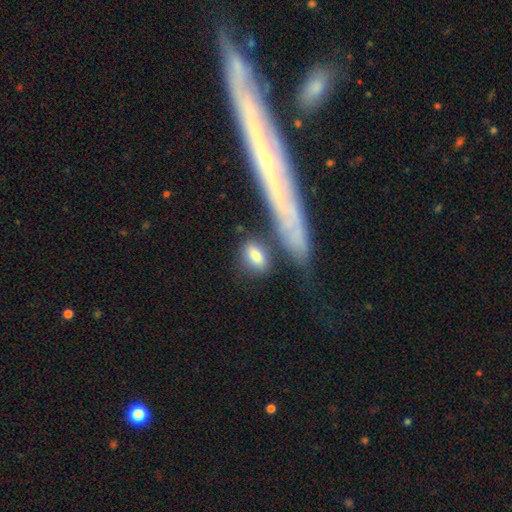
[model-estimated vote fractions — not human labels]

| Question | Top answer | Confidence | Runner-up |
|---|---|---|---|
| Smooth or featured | smooth | 82% | featured or disk (11%) |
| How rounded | in between | 80% | round (12%) |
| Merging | none | 70% | minor disturbance (15%) |